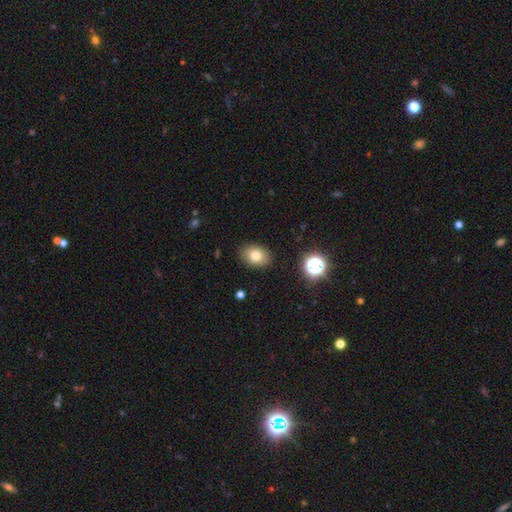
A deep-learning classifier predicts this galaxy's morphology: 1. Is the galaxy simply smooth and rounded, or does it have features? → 78% smooth, 12% star or artifact, 10% featured or disk.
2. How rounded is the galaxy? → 71% in between, 28% round, 1% cigar-shaped.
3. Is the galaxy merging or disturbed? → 88% none, 9% minor disturbance, 2% major disturbance, 1% merger.